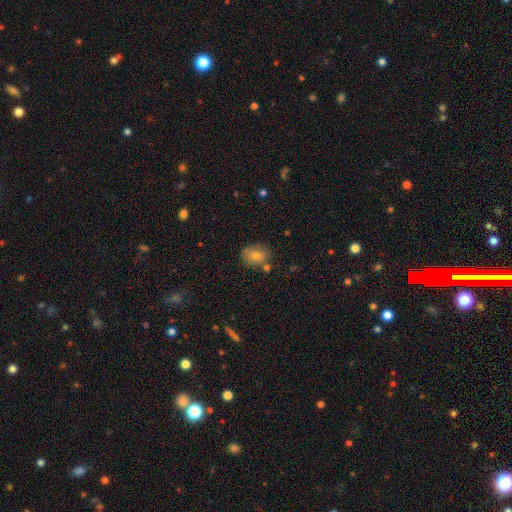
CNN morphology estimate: The model was most divided on "how rounded": in between: 61%, round: 38%, cigar-shaped: 2%. More confident: merging — none (76%); smooth or featured — smooth (74%).